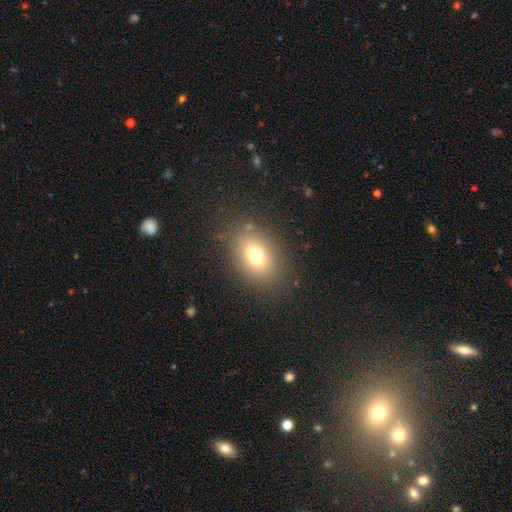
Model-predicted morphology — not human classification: A smooth galaxy with no disk features (74%) that is in between round and cigar-shaped (74%).

Vote fractions:
- Smooth or featured? smooth: 74% / featured or disk: 14% / star or artifact: 13%
- How rounded? in between: 74% / round: 25% / cigar-shaped: 2%
- Merging? none: 83% / minor disturbance: 11% / major disturbance: 5% / merger: 2%